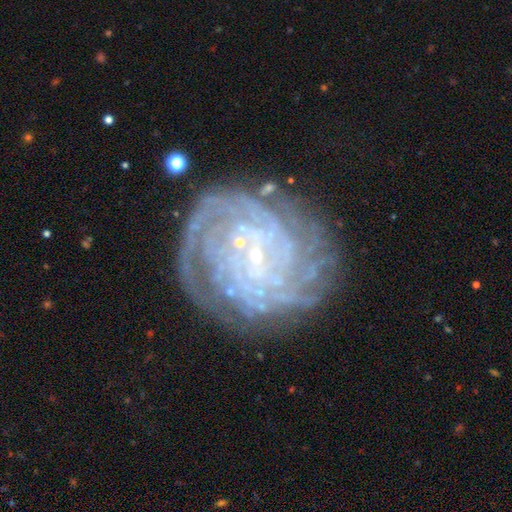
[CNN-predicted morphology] This appears to be a featured or disk galaxy (86%) with no bar (55%), more than 4 (26%) tight (80%) spiral arms (97%) and a small central bulge (86%). Merging: none (75%).